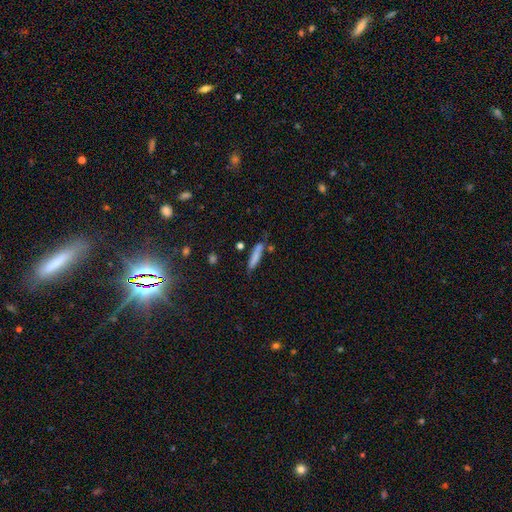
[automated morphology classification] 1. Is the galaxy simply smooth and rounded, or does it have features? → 79% smooth, 14% featured or disk, 7% star or artifact.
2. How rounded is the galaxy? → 86% cigar-shaped, 13% in between, 2% round.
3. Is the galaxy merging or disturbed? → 72% none, 17% minor disturbance, 7% merger, 4% major disturbance.